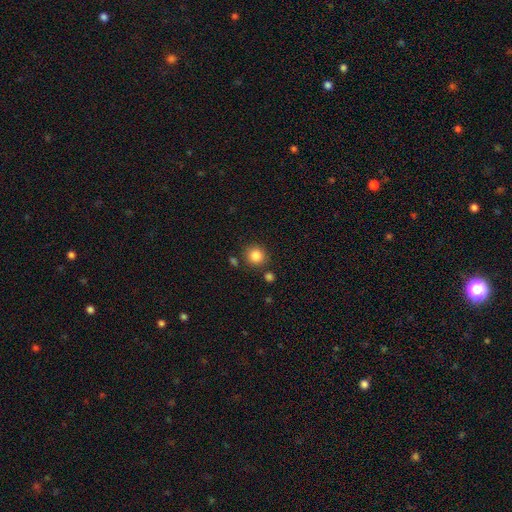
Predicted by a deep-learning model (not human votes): smooth-or-featured: smooth: 86% | star or artifact: 10% | featured or disk: 4%
  how-rounded: round: 90% | in between: 9% | cigar-shaped: 1%
  merging: none: 82% | minor disturbance: 9% | merger: 6% | major disturbance: 3%